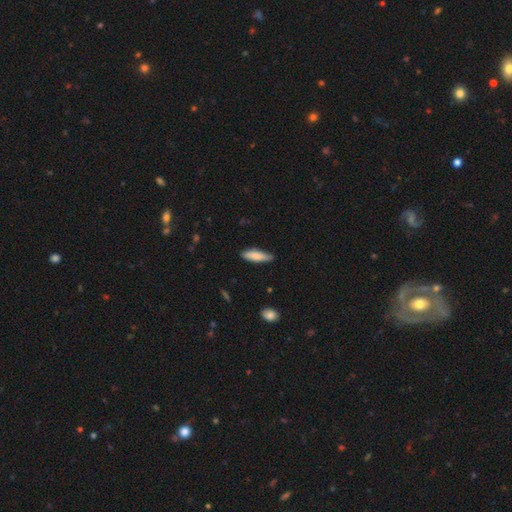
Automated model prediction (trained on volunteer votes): smooth-or-featured: smooth: 82% | featured or disk: 13% | star or artifact: 6%
  how-rounded: cigar-shaped: 62% | in between: 37% | round: 2%
  merging: none: 83% | minor disturbance: 14% | major disturbance: 2% | merger: 1%